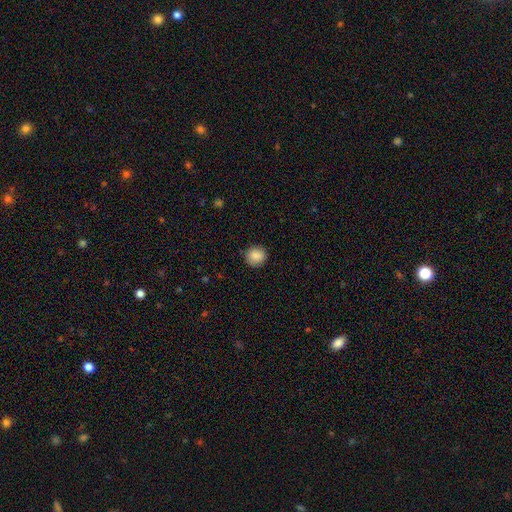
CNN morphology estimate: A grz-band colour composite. It shows a smooth galaxy with no disk features (88%) that is round (88%). Merging: none (88%).